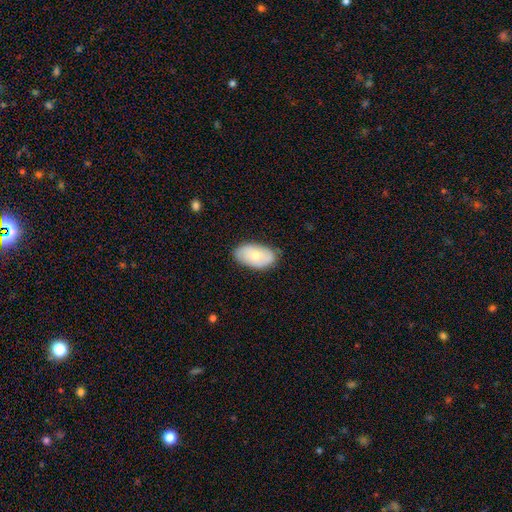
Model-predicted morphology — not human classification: type=smooth (66%); roundness=in between (94%); merging=none (79%).